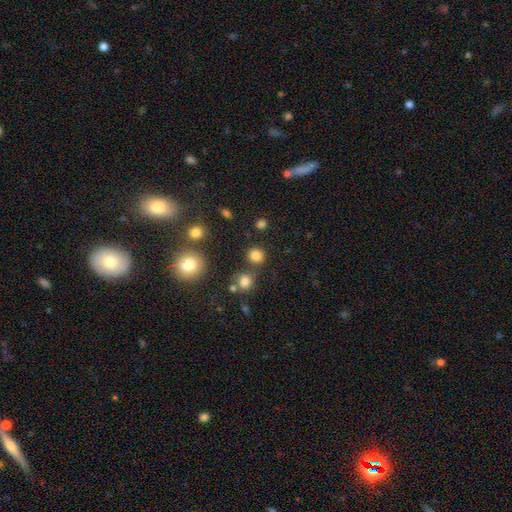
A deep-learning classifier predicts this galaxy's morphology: Smooth or featured: smooth — 82% (star or artifact — 13%)
How rounded: round — 89% (in between — 10%)
Merging: none — 80% (merger — 9%)